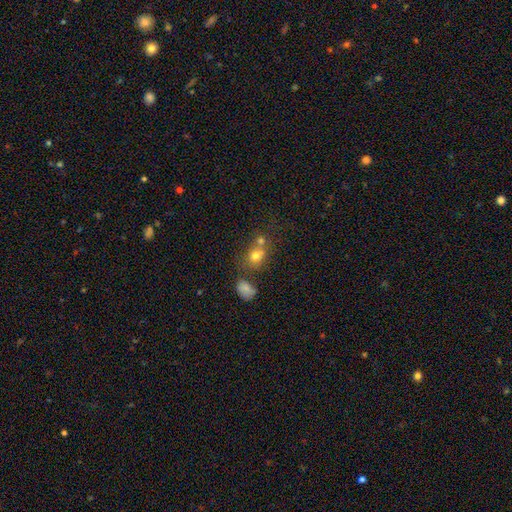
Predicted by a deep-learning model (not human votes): This appears to be a smooth galaxy with no disk features (71%) that is round (62%). Merging: none (45%).